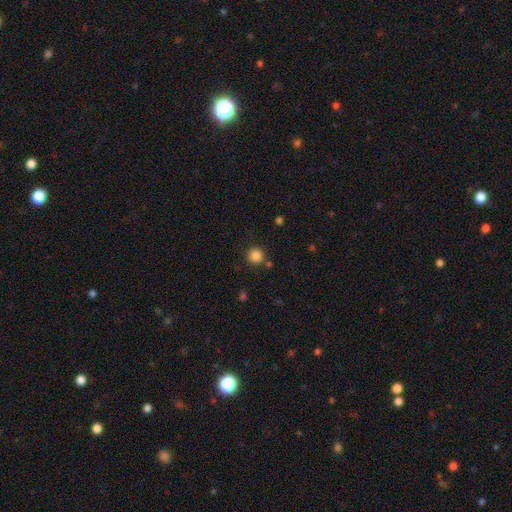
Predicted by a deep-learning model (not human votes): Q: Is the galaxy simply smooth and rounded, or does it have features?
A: smooth — 85%.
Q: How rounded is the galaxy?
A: round — 95%.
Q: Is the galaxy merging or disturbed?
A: none — 86%.